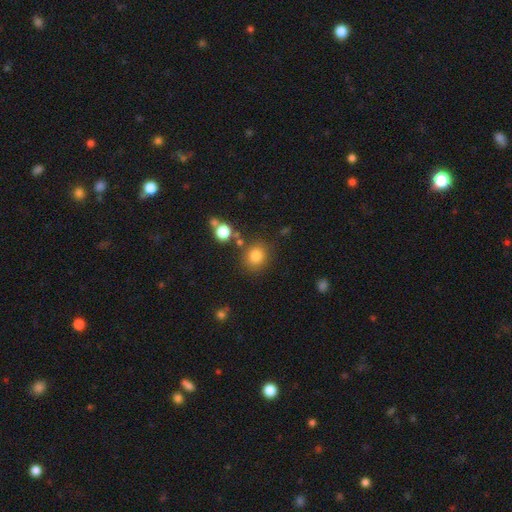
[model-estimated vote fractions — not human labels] A smooth galaxy with no disk features (82%) that is round (79%).

Vote fractions:
- Smooth or featured? smooth: 82% / star or artifact: 12% / featured or disk: 6%
- How rounded? round: 79% / in between: 20% / cigar-shaped: 1%
- Merging? none: 79% / minor disturbance: 10% / merger: 7% / major disturbance: 4%